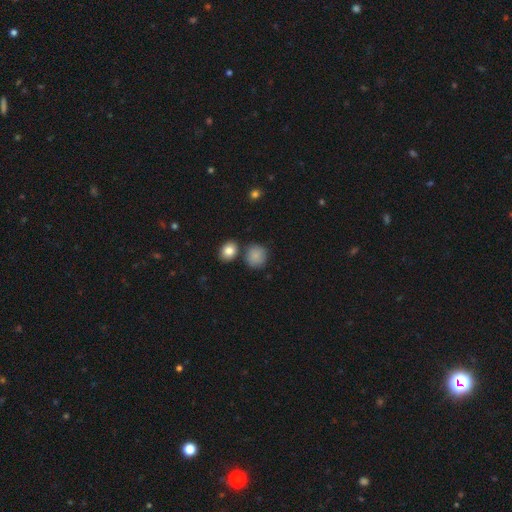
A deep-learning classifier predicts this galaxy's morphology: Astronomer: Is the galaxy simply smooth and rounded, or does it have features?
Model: smooth — 84%.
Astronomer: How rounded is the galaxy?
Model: round — 79%.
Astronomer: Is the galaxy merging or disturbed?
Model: none — 71%.